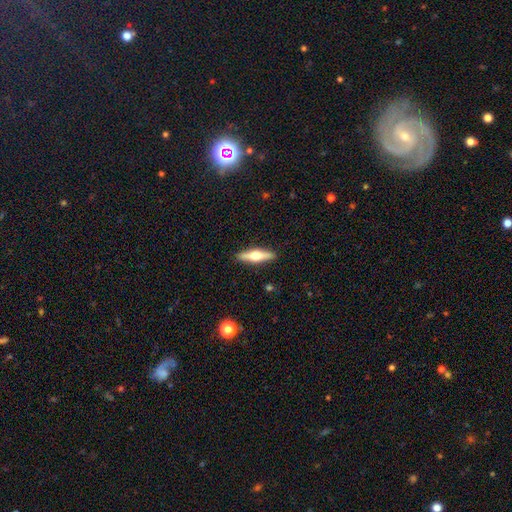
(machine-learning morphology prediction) type=featured or disk (60%); edge-on=yes (95%); edge-on bulge=rounded (95%); merging=none (90%).